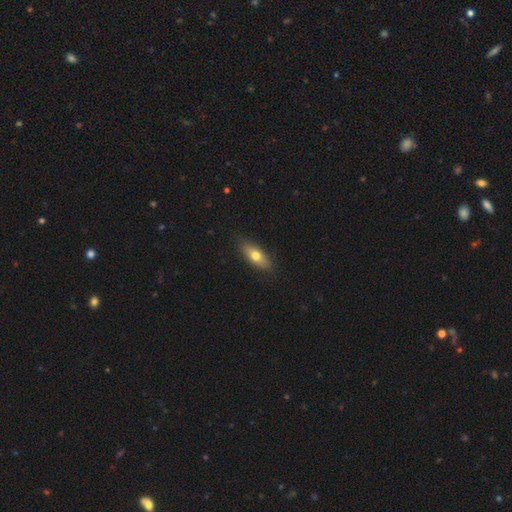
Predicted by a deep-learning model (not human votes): A smooth galaxy with no disk features (70%) that is in between round and cigar-shaped (74%). Merging: none (85%).